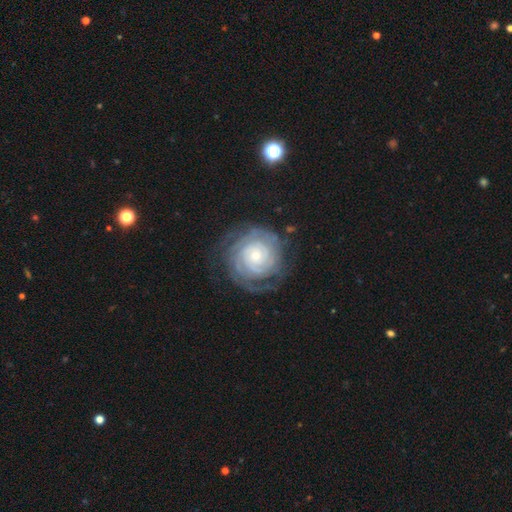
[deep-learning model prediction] Smooth or featured: featured or disk — 86% (smooth — 8%)
Edge-on disk: no — 98% (yes — 2%)
Bar: no — 79% (weak — 17%)
Spiral arms: yes — 97% (no — 3%)
Spiral winding: tight — 85% (medium — 12%)
Spiral arm count: can't tell — 35% (2 — 21%)
Bulge size: small — 67% (moderate — 28%)
Merging: none — 74% (minor disturbance — 16%)